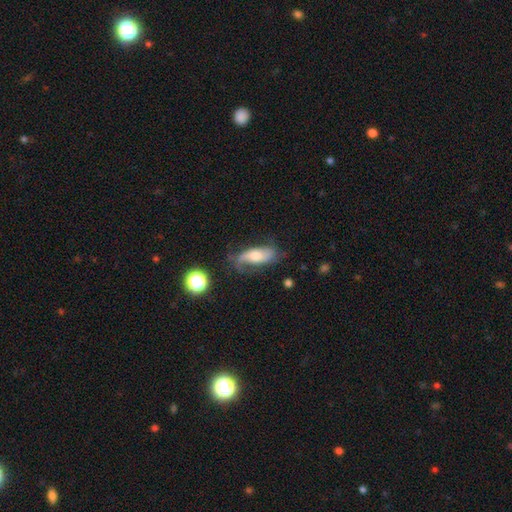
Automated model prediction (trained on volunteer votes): Q: Smooth or featured?
A: featured or disk (52%); runner-up: smooth (38%)
Q: Edge-on disk?
A: no (81%); runner-up: yes (19%)
Q: Merging?
A: none (52%); runner-up: minor disturbance (27%)